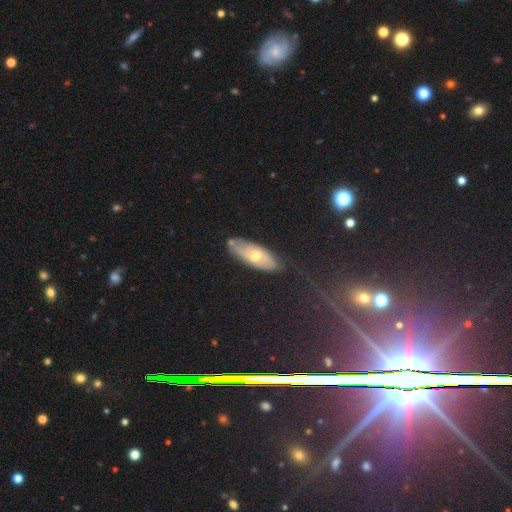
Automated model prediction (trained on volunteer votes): The model was most divided on "smooth or featured": featured or disk: 52%, smooth: 39%, star or artifact: 9%. More confident: merging — none (76%); edge-on disk — no (75%).